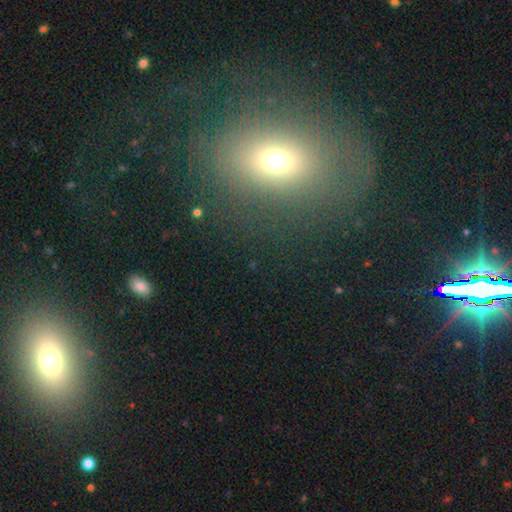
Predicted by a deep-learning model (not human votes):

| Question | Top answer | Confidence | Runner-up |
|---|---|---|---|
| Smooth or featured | smooth | 51% | star or artifact (30%) |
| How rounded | in between | 59% | round (38%) |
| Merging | none | 70% | minor disturbance (14%) |